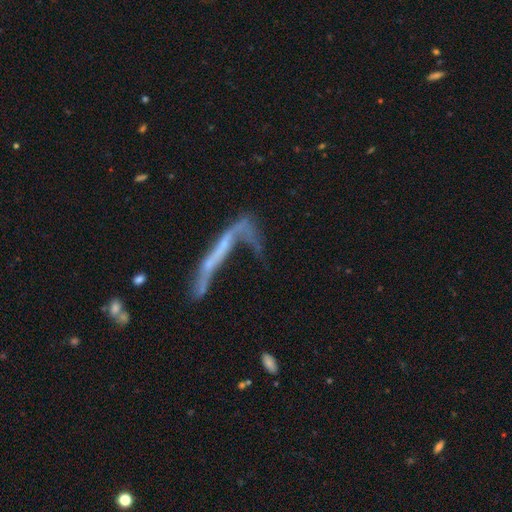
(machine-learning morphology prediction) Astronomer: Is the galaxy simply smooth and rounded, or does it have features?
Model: featured or disk — 58%.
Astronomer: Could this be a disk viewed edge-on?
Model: yes — 51% (runner-up: no, 49%).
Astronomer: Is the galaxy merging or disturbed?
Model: major disturbance — 40% (runner-up: none, 29%).